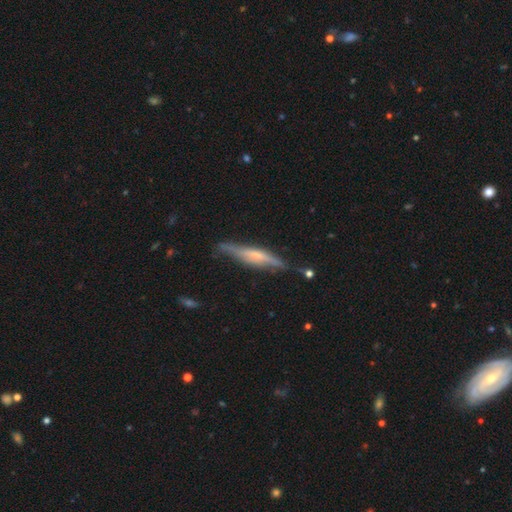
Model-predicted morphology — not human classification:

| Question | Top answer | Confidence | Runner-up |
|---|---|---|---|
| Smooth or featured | featured or disk | 66% | smooth (27%) |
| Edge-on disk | yes | 94% | no (6%) |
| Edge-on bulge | rounded | 42% | boxy (34%) |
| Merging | none | 73% | minor disturbance (19%) |